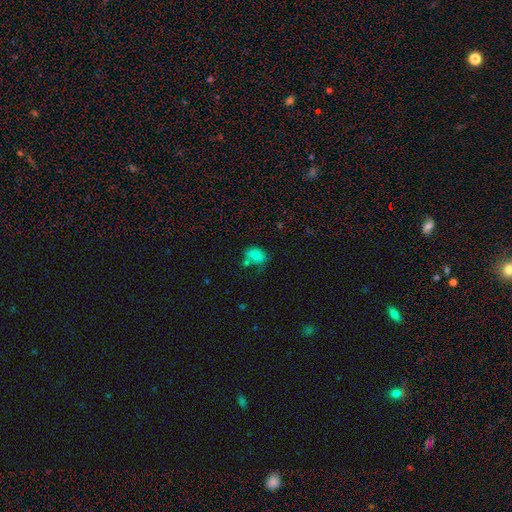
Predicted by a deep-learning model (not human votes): This is likely a smooth galaxy (78%). How rounded: likely in between (74%). Merging: marginally none (43%).